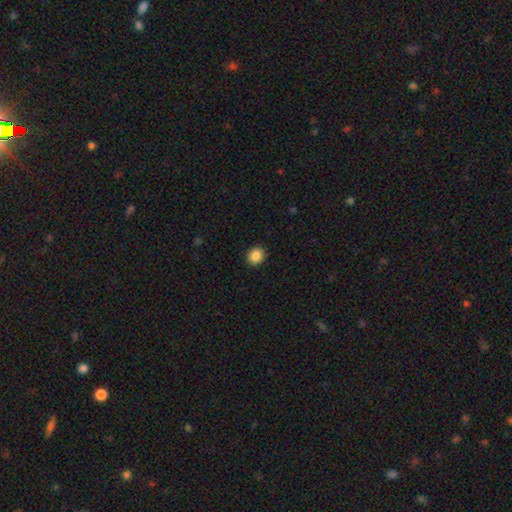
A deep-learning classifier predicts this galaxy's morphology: Smooth or featured? Predicted: smooth (p=0.87). How rounded? Predicted: round (p=0.80). Merging? Predicted: none (p=0.92).